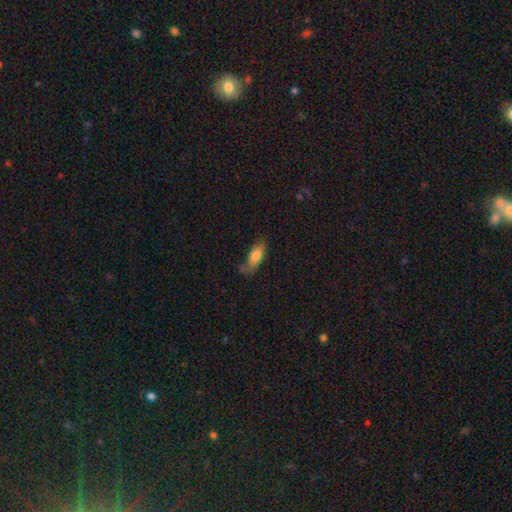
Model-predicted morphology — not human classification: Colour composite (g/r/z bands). It shows a smooth galaxy with no disk features (76%) that is in between round and cigar-shaped (77%). Merging: none (52%).